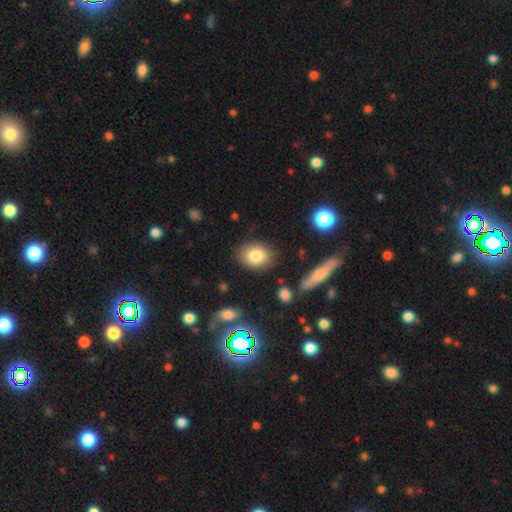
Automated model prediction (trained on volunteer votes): Smooth or featured? smooth (81%)
How rounded? in between (63%)
Merging? none (84%)